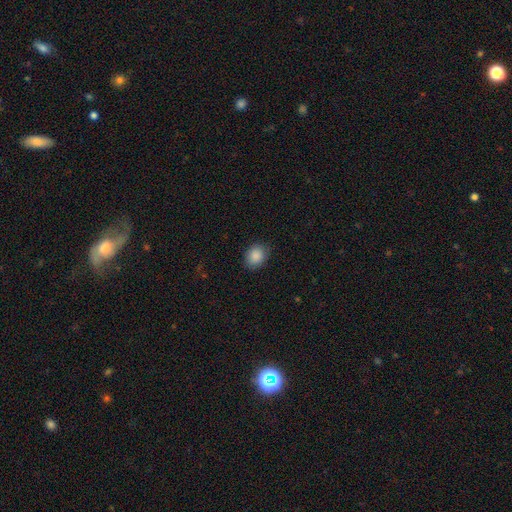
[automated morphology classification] Smooth or featured? smooth (88%)
How rounded? in between (54%)
Merging? none (83%)